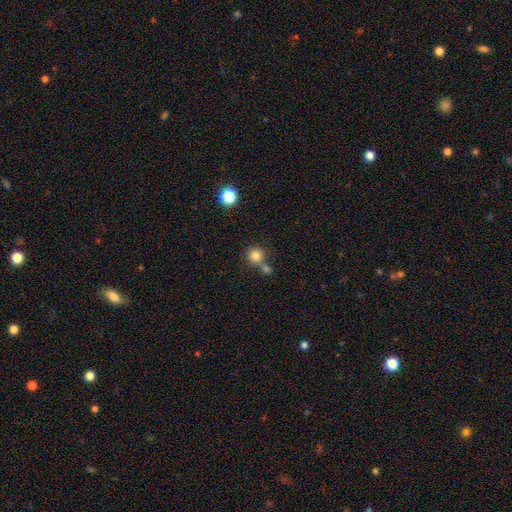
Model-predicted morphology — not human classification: Overall: smooth (81%). How rounded: round (91%). Merging: none (59%; merger 29%).